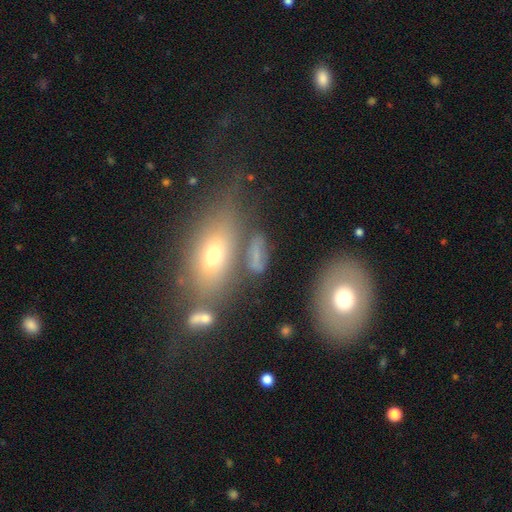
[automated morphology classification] Smooth or featured?
  - smooth: 56% *
  - featured or disk: 29%
  - star or artifact: 15%
How rounded?
  - in between: 73% *
  - round: 16%
  - cigar-shaped: 12%
Merging?
  - none: 52% *
  - minor disturbance: 19%
  - merger: 17%
  - major disturbance: 12%